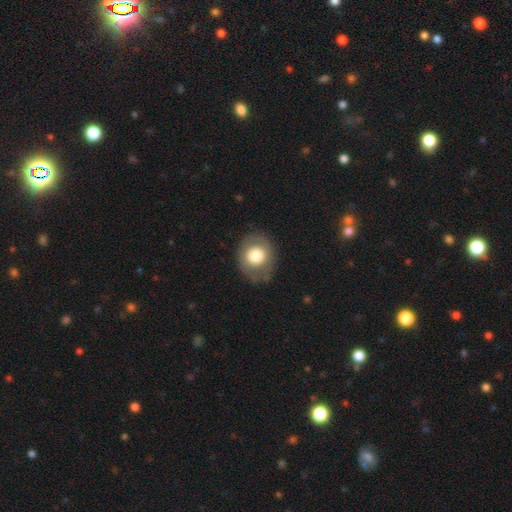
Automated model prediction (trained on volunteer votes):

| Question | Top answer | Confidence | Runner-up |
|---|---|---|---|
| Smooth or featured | smooth | 70% | featured or disk (22%) |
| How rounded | round | 66% | in between (33%) |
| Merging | none | 75% | minor disturbance (17%) |